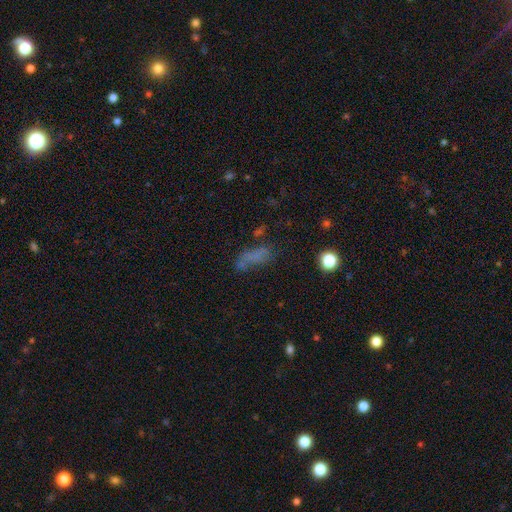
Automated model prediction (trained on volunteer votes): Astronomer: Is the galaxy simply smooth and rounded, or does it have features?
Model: smooth — 60%.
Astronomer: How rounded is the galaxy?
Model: in between — 63%.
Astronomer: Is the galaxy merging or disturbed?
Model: none — 47%.